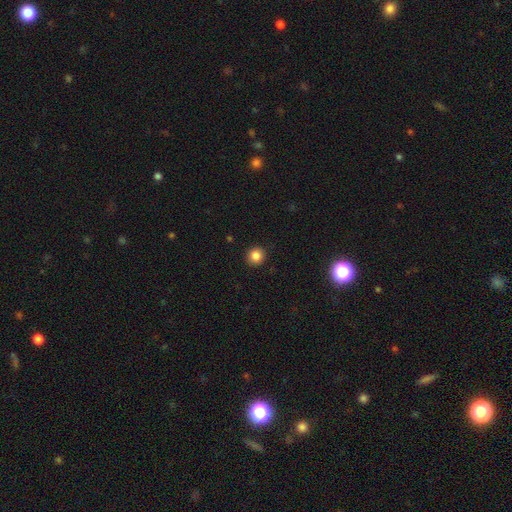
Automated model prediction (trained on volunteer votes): Smooth or featured? smooth (85%)
How rounded? round (93%)
Merging? none (92%)